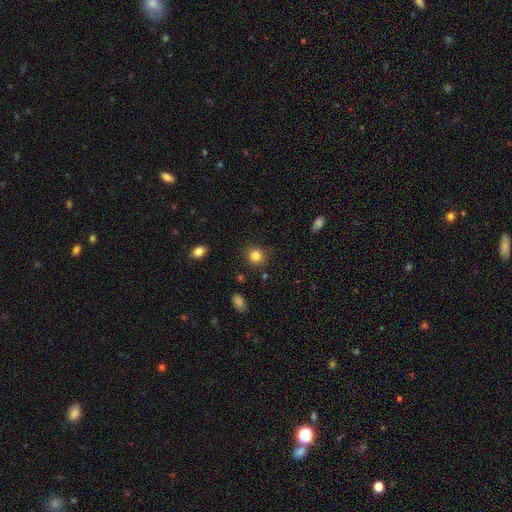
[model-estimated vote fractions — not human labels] A smooth galaxy with no disk features (84%) that is round (89%).

Vote fractions:
- Smooth or featured? smooth: 84% / star or artifact: 11% / featured or disk: 5%
- How rounded? round: 89% / in between: 10% / cigar-shaped: 1%
- Merging? none: 87% / minor disturbance: 8% / major disturbance: 3% / merger: 2%